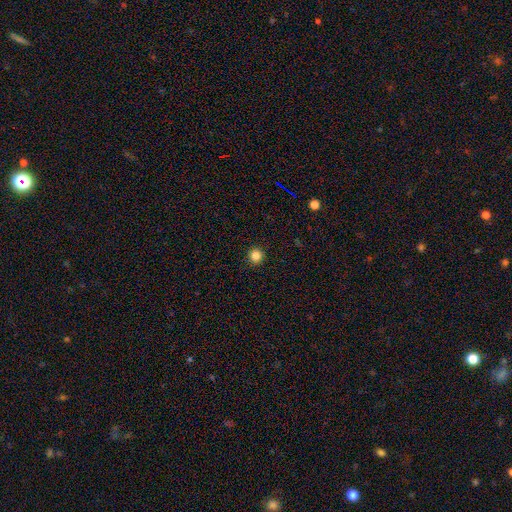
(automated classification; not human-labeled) smooth 84%, star or artifact 12%, featured or disk 4%. Down the decision tree: how rounded — round (95%); merging — none (93%).